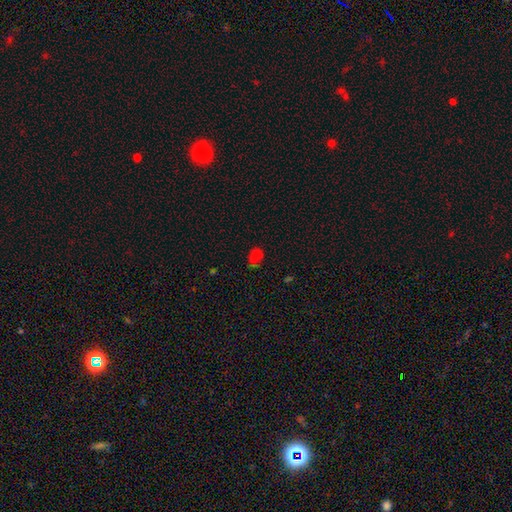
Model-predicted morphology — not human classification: Q: Smooth or featured?
A: smooth (56%); runner-up: star or artifact (34%)
Q: How rounded?
A: in between (67%); runner-up: round (31%)
Q: Merging?
A: none (53%); runner-up: minor disturbance (24%)